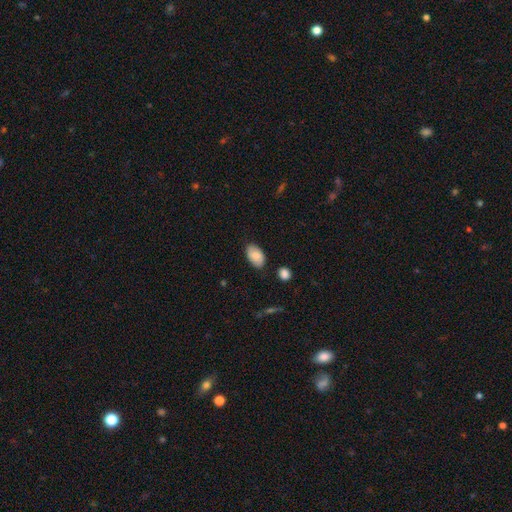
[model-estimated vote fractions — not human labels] A smooth galaxy with no disk features (79%) that is in between round and cigar-shaped (93%). Merging: none (81%).